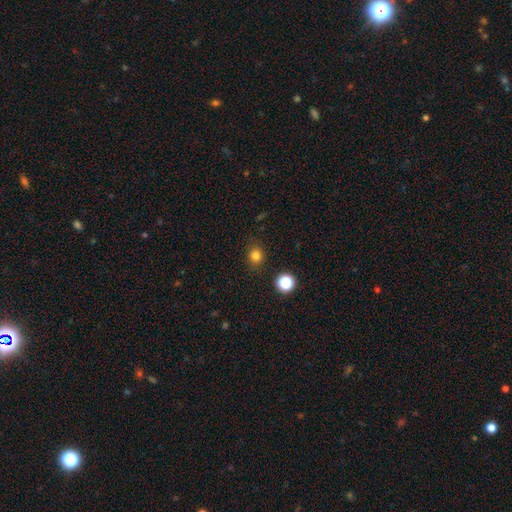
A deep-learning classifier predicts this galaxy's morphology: The model was most divided on "smooth or featured": smooth: 80%, star or artifact: 15%, featured or disk: 5%. More confident: merging — none (87%); how rounded — round (83%).